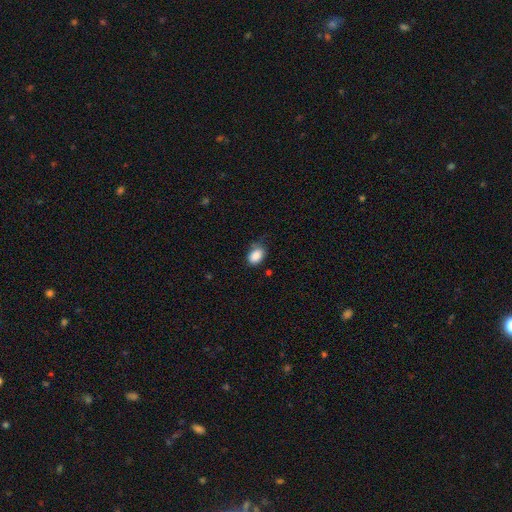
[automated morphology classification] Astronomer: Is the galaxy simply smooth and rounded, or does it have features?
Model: smooth — 87%.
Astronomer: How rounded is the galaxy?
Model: in between — 83%.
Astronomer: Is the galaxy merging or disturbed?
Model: none — 64%.